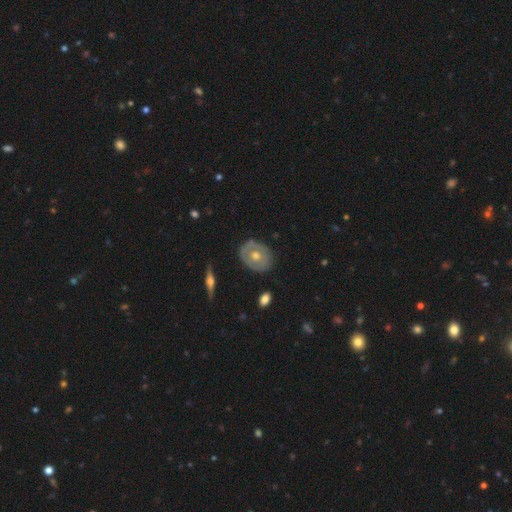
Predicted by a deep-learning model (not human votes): Q: Smooth or featured?
A: featured or disk (57%); runner-up: smooth (37%)
Q: Edge-on disk?
A: no (90%); runner-up: yes (10%)
Q: Bar?
A: no (90%); runner-up: weak (8%)
Q: Spiral arms?
A: no (82%); runner-up: yes (18%)
Q: Bulge size?
A: moderate (76%); runner-up: small (18%)
Q: Merging?
A: none (81%); runner-up: minor disturbance (14%)